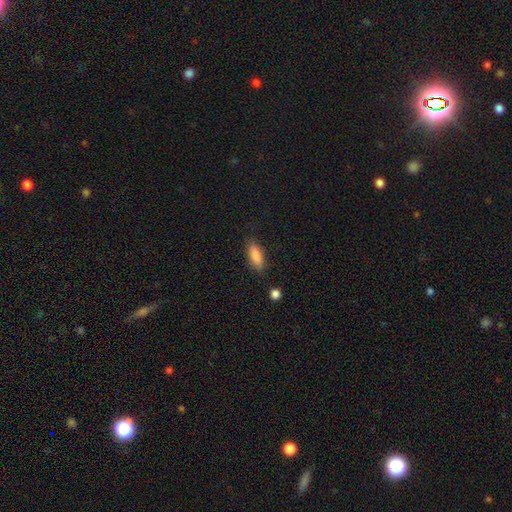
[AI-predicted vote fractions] Morphology: type=smooth (85%); roundness=in between (66%); merging=none (83%).